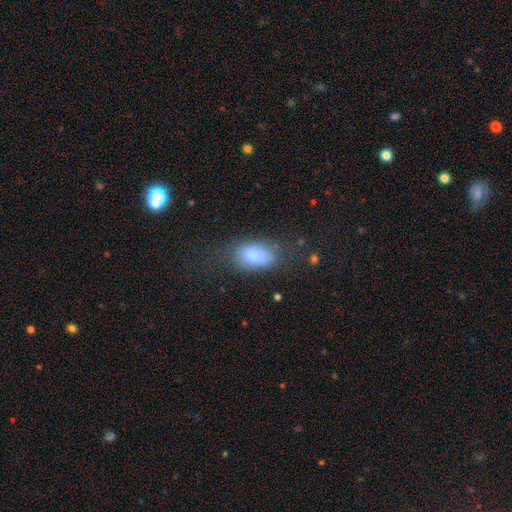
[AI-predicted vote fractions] A smooth galaxy with no disk features (82%) that is in between round and cigar-shaped (91%).

Vote fractions:
- Smooth or featured? smooth: 82% / featured or disk: 10% / star or artifact: 8%
- How rounded? in between: 91% / round: 7% / cigar-shaped: 2%
- Merging? none: 57% / minor disturbance: 26% / major disturbance: 14% / merger: 3%